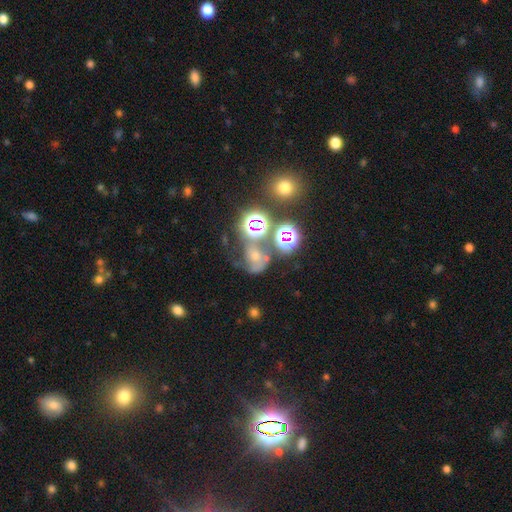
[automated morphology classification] The model was most divided on "merging": none: 32%, merger: 29%, major disturbance: 23%, minor disturbance: 17%. Remaining: smooth or featured — smooth (40%).